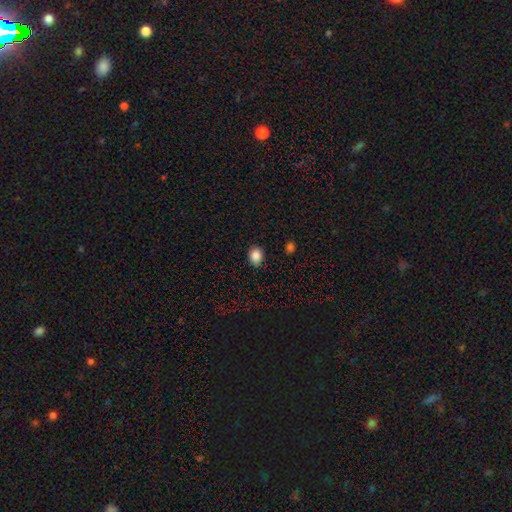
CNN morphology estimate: smooth-or-featured: smooth: 86% | star or artifact: 10% | featured or disk: 4%
  how-rounded: round: 63% | in between: 37% | cigar-shaped: 1%
  merging: none: 87% | minor disturbance: 9% | major disturbance: 2% | merger: 2%